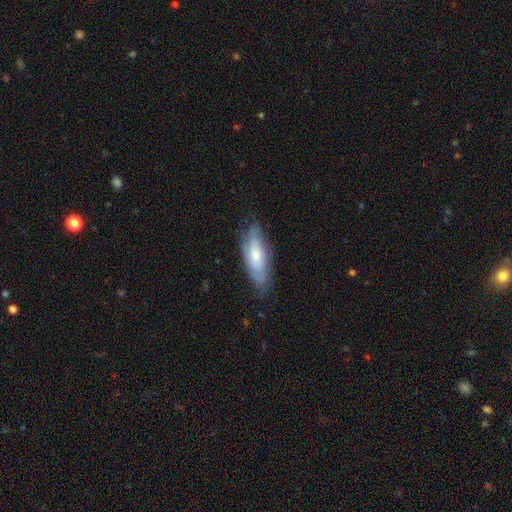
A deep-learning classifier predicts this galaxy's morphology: This is possibly a smooth galaxy (49%). Merging: likely none (72%).